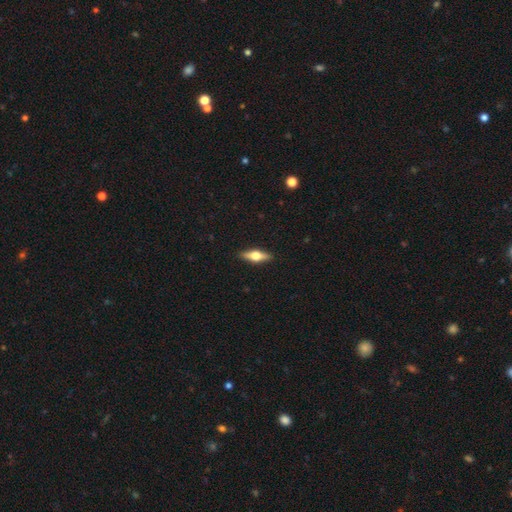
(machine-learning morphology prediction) This is possibly a featured or disk galaxy (56%). It is clearly viewed edge-on (95%). Edge-on bulge: clearly rounded (95%). Merging: clearly none (90%).